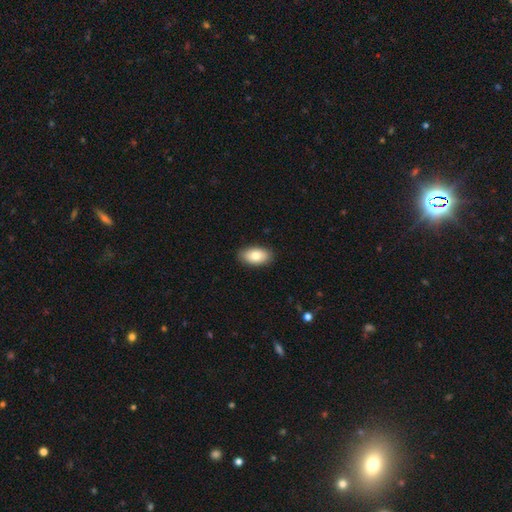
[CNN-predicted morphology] Smooth or featured?
  - smooth: 82% *
  - featured or disk: 11%
  - star or artifact: 6%
How rounded?
  - in between: 93% *
  - round: 5%
  - cigar-shaped: 2%
Merging?
  - none: 88% *
  - minor disturbance: 9%
  - major disturbance: 2%
  - merger: 1%